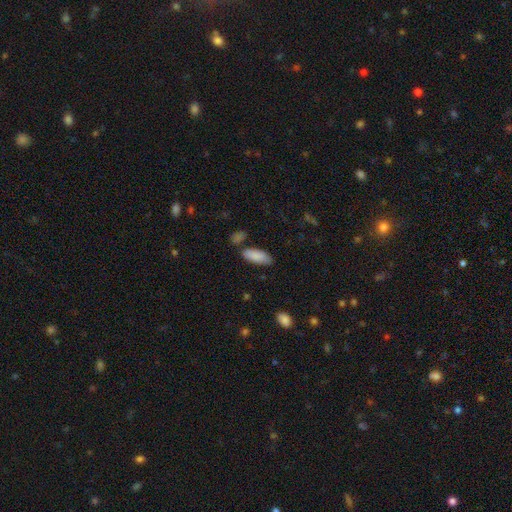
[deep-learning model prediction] This is clearly a smooth galaxy (87%). How rounded: likely in between (79%). Merging: likely none (75%).